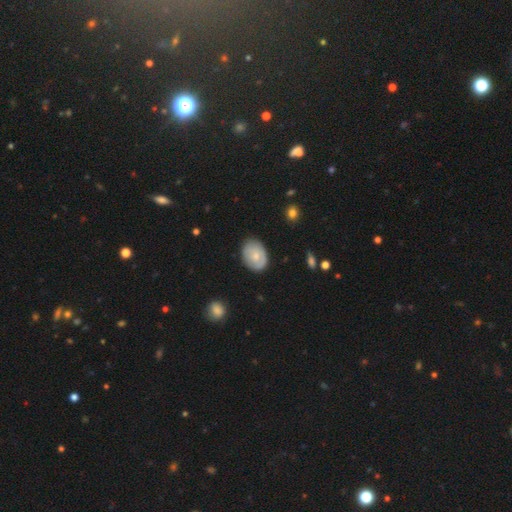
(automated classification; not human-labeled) smooth 62%, featured or disk 32%, star or artifact 6%. Down the decision tree: how rounded — in between (72%); merging — none (77%).